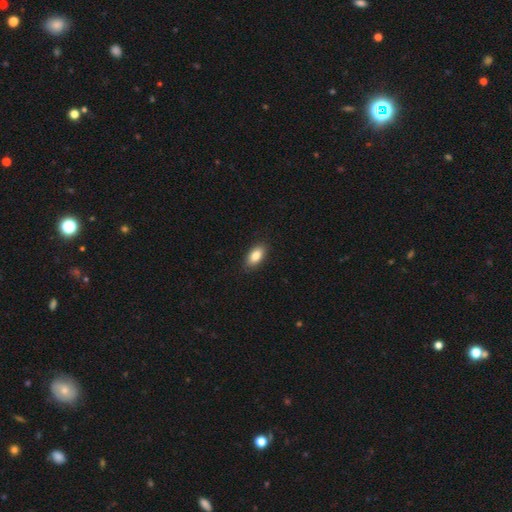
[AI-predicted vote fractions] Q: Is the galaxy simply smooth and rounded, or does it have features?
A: smooth — 84%.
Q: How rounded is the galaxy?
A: in between — 91%.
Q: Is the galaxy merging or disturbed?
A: none — 88%.